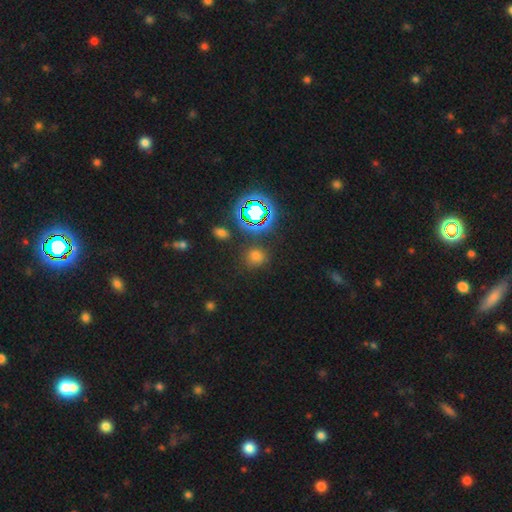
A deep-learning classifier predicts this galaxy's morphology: Smooth or featured: smooth — 60% (star or artifact — 33%)
How rounded: round — 82% (in between — 17%)
Merging: none — 83% (minor disturbance — 10%)